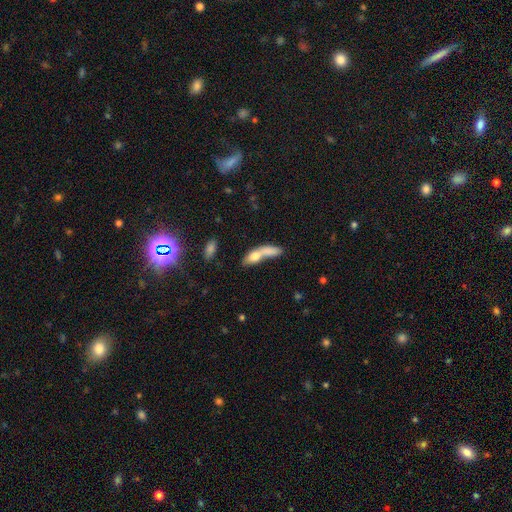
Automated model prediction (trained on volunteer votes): smooth-or-featured: smooth: 57% | featured or disk: 25% | star or artifact: 18%
  how-rounded: in between: 52% | cigar-shaped: 38% | round: 10%
  merging: merger: 58% | none: 24% | minor disturbance: 9% | major disturbance: 9%